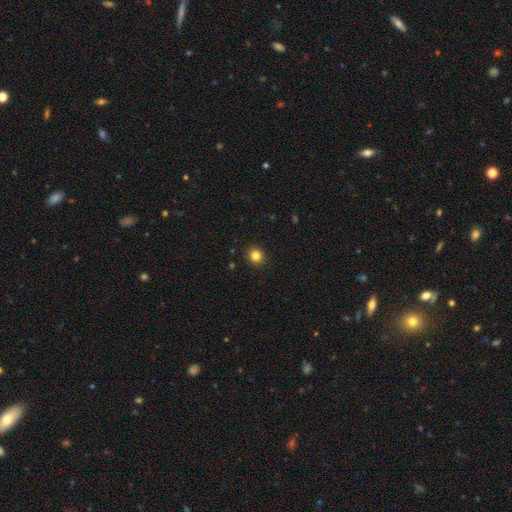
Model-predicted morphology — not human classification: The model was most divided on "how rounded": round: 85%, in between: 14%, cigar-shaped: 1%. More confident: merging — none (91%); smooth or featured — smooth (83%).